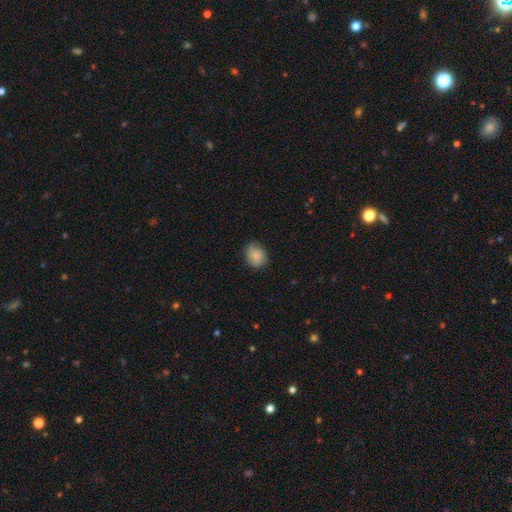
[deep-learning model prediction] smooth 82%, featured or disk 10%, star or artifact 7%. Down the decision tree: how rounded — round (56%); merging — none (73%).